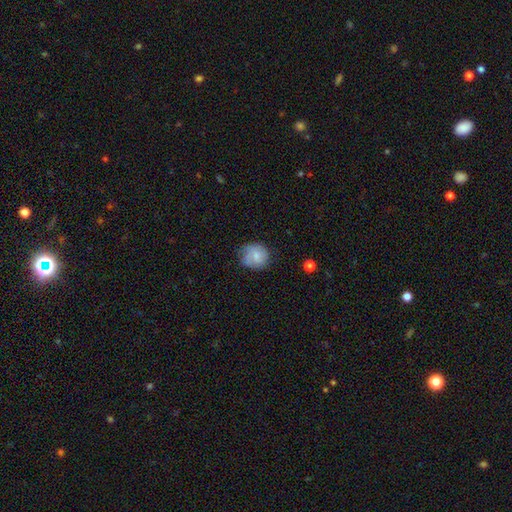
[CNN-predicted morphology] Q: Smooth or featured?
A: smooth (64%); runner-up: featured or disk (28%)
Q: How rounded?
A: round (77%); runner-up: in between (22%)
Q: Merging?
A: none (62%); runner-up: minor disturbance (27%)